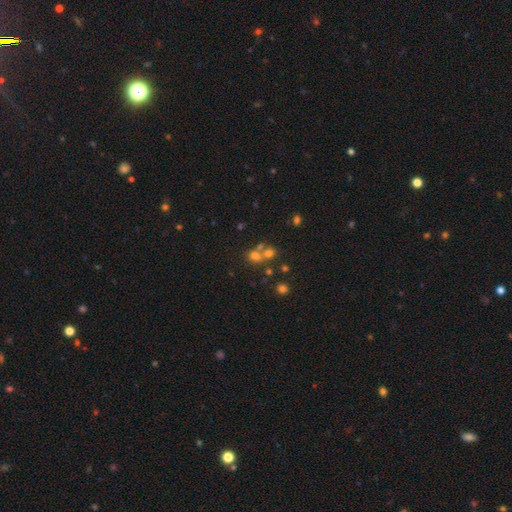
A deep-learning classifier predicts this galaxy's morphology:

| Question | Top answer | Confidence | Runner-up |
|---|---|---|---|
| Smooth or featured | smooth | 59% | star or artifact (23%) |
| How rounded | round | 73% | in between (26%) |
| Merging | merger | 51% | none (37%) |